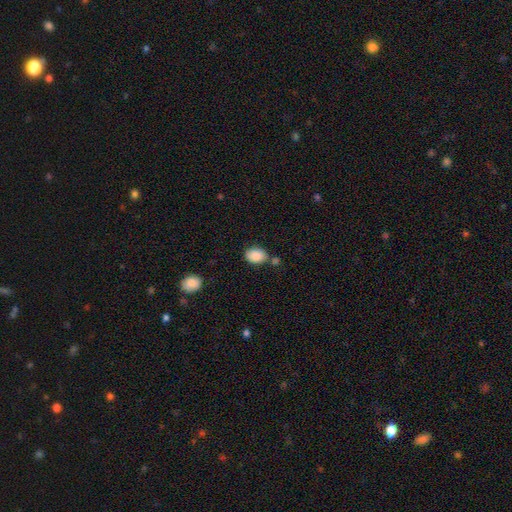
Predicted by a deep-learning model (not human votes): smooth-or-featured: smooth: 89% | star or artifact: 7% | featured or disk: 4%
  how-rounded: in between: 78% | round: 21% | cigar-shaped: 1%
  merging: none: 69% | minor disturbance: 15% | merger: 12% | major disturbance: 4%